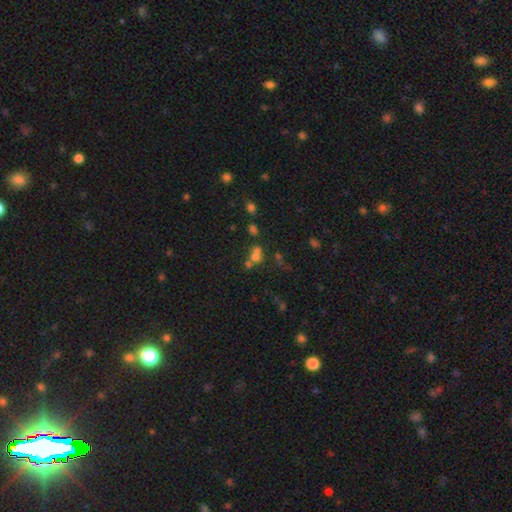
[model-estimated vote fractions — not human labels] Smooth or featured? Predicted: smooth (p=0.56). How rounded? Predicted: round (p=0.75). Merging? Predicted: merger (p=0.49).